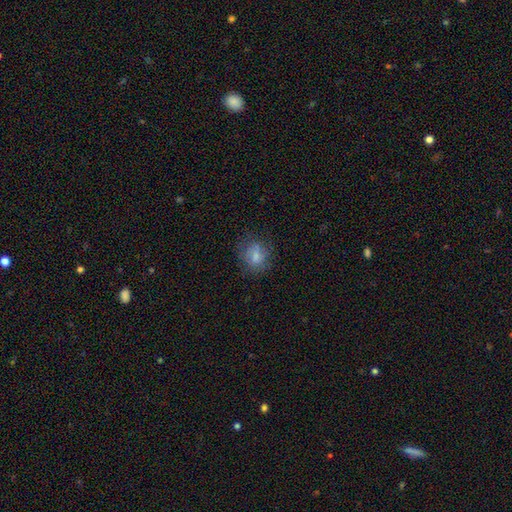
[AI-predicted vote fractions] A smooth galaxy with no disk features (74%) that is round (67%). Merging: none (71%).